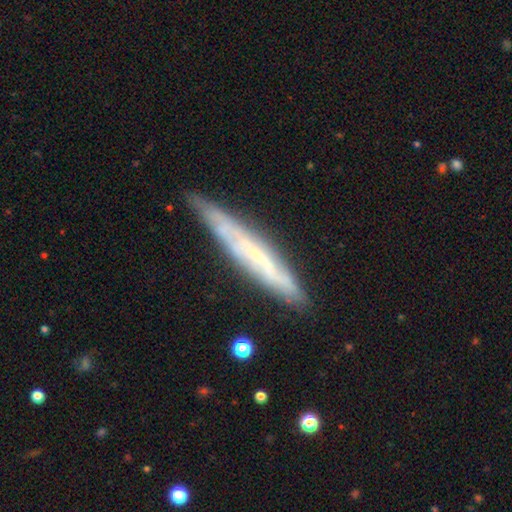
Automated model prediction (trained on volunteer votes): featured or disk 65%, smooth 28%, star or artifact 7%. Down the decision tree: edge-on disk — yes (81%); edge-on bulge — none (72%); merging — none (77%).